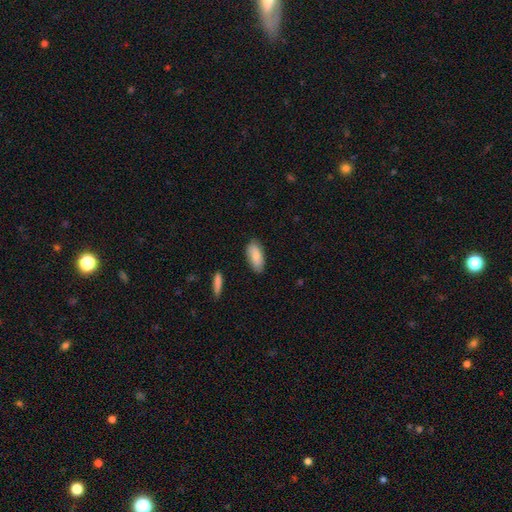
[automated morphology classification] The model was most divided on "merging": none: 82%, minor disturbance: 14%, major disturbance: 2%, merger: 2%. More confident: how rounded — in between (88%); smooth or featured — smooth (82%).